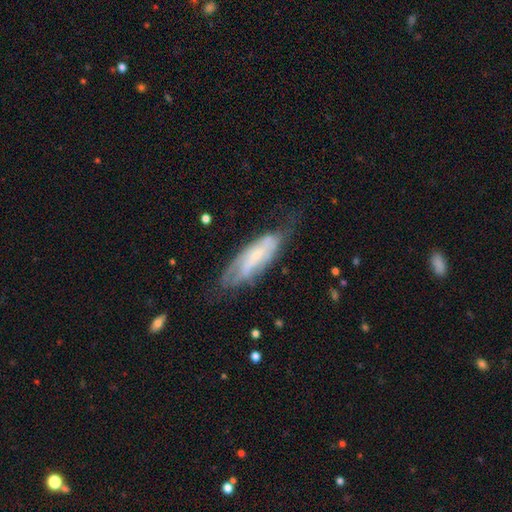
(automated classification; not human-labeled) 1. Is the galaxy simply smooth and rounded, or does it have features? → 62% featured or disk, 30% smooth, 7% star or artifact.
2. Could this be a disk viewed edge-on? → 76% no, 24% yes.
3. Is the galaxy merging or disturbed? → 55% none, 28% minor disturbance, 15% major disturbance, 2% merger.